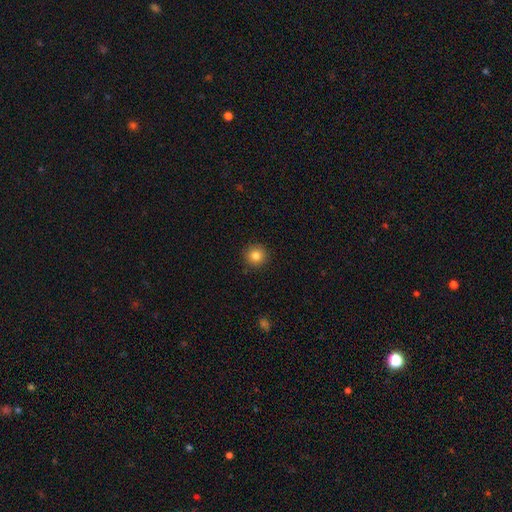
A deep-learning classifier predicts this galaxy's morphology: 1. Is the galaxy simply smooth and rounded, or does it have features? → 83% smooth, 11% star or artifact, 6% featured or disk.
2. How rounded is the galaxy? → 95% round, 4% in between, 1% cigar-shaped.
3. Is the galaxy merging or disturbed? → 91% none, 6% minor disturbance, 2% major disturbance, 1% merger.